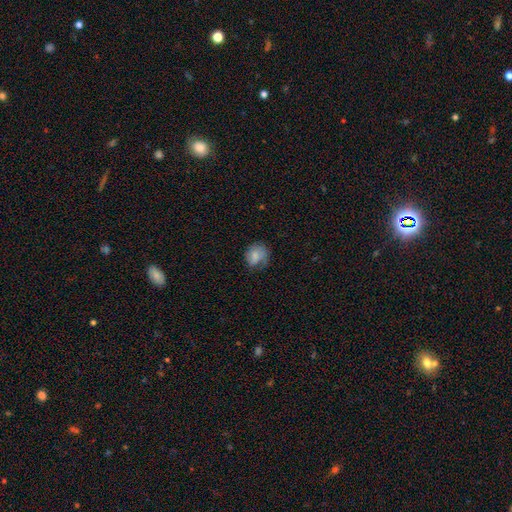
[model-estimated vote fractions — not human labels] Smooth or featured?
  - smooth: 72% *
  - featured or disk: 19%
  - star or artifact: 8%
How rounded?
  - round: 63% *
  - in between: 36%
  - cigar-shaped: 1%
Merging?
  - none: 50% *
  - minor disturbance: 31%
  - major disturbance: 18%
  - merger: 2%